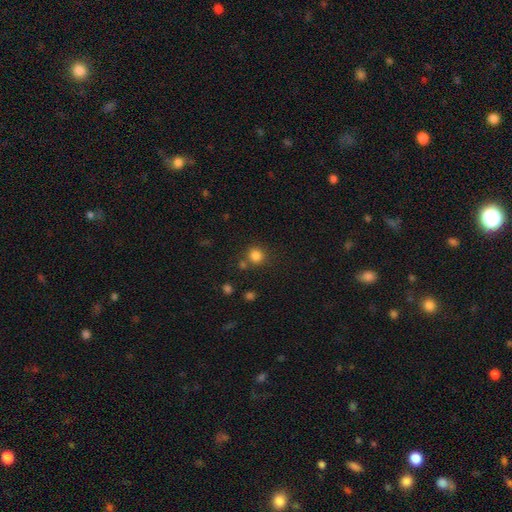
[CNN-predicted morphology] Q: Smooth or featured?
A: smooth (83%); runner-up: star or artifact (13%)
Q: How rounded?
A: round (87%); runner-up: in between (12%)
Q: Merging?
A: none (74%); runner-up: merger (12%)